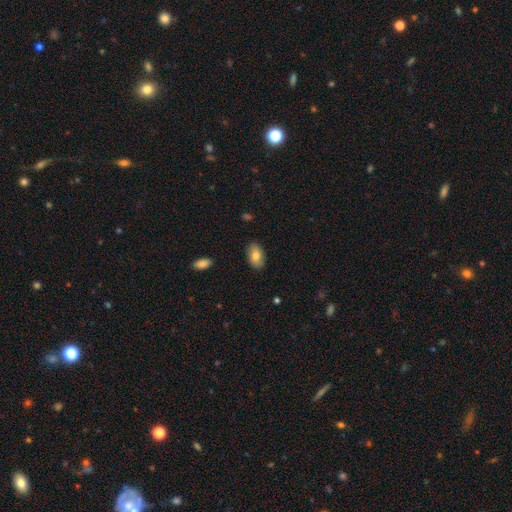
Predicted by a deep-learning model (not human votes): smooth 79%, featured or disk 14%, star or artifact 7%. Down the decision tree: how rounded — in between (93%); merging — none (86%).